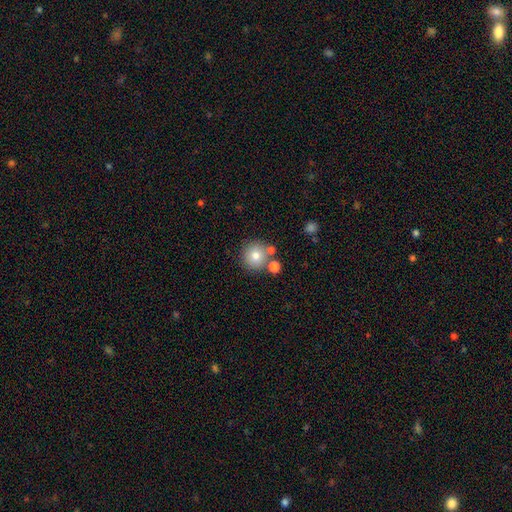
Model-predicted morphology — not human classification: smooth_or_featured: smooth (p=0.78) [alt: star or artifact p=0.11]
how_rounded: round (p=0.94) [alt: in between p=0.05]
merging: none (p=0.74) [alt: merger p=0.14]